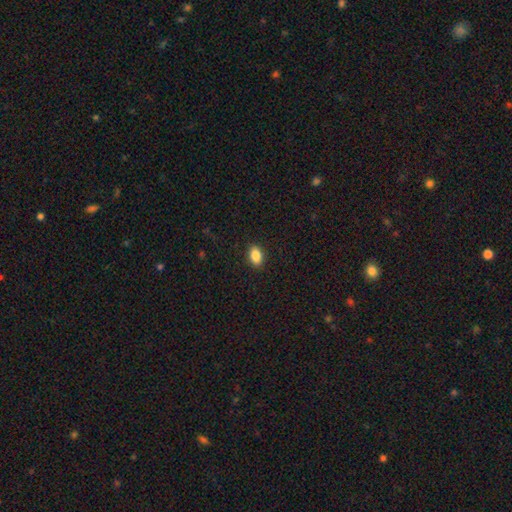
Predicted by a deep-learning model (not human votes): Smooth or featured? Predicted: smooth (p=0.87). How rounded? Predicted: in between (p=0.86). Merging? Predicted: none (p=0.90).